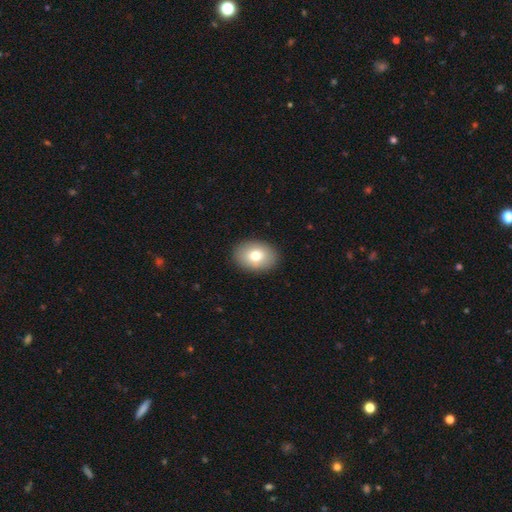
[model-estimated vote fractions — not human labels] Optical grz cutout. It shows a smooth galaxy with no disk features (76%) that is in between round and cigar-shaped (74%). Merging: none (90%).